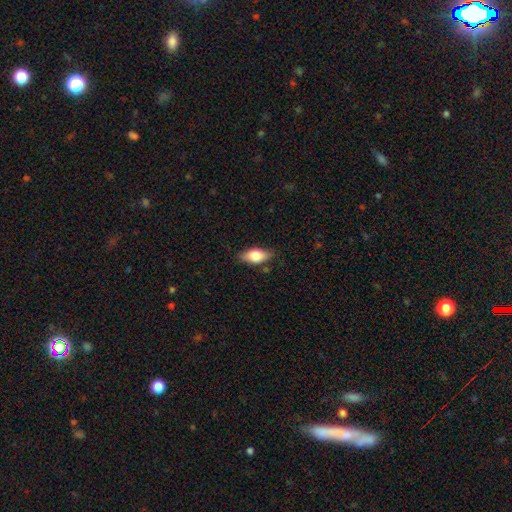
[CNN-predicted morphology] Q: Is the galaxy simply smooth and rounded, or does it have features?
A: smooth — 76%.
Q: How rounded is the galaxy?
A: in between — 86%.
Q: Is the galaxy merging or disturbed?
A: none — 79%.